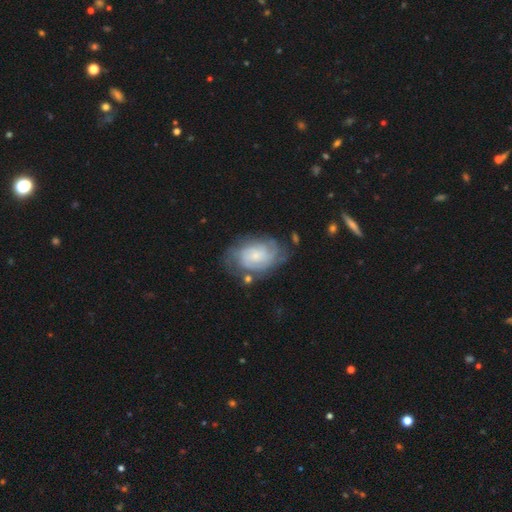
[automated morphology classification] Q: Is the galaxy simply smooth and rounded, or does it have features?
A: featured or disk — 71%.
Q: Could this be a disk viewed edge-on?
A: no — 97%.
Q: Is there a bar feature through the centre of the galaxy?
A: no — 67%.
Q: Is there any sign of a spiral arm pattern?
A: yes — 90%.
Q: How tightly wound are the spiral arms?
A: tight — 60%.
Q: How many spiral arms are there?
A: can't tell — 45%.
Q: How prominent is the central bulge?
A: small — 57%.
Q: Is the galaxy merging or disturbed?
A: none — 65%.